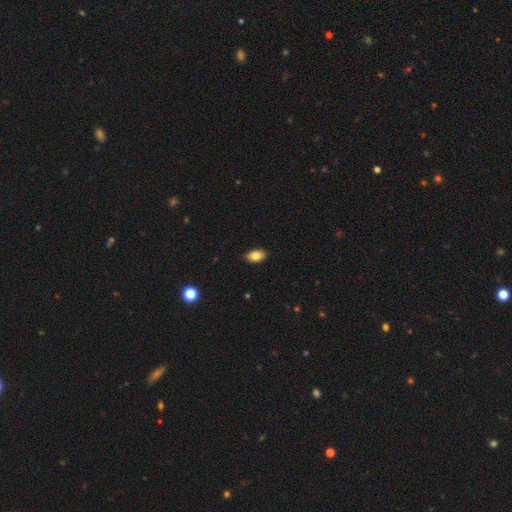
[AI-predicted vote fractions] Q: Smooth or featured?
A: smooth (82%); runner-up: featured or disk (10%)
Q: How rounded?
A: in between (89%); runner-up: round (10%)
Q: Merging?
A: none (87%); runner-up: minor disturbance (10%)